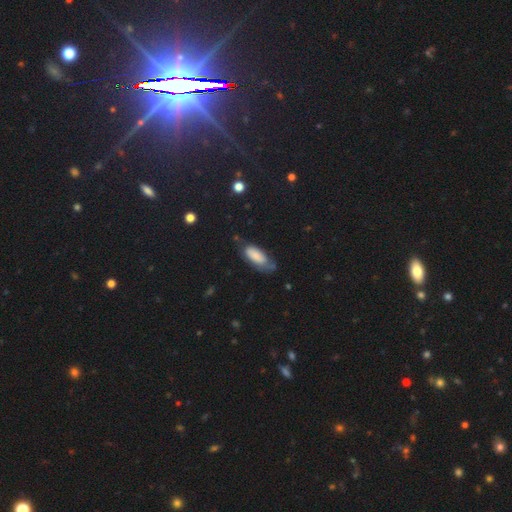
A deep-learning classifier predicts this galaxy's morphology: type=smooth (75%); roundness=in between (83%); merging=none (49%).